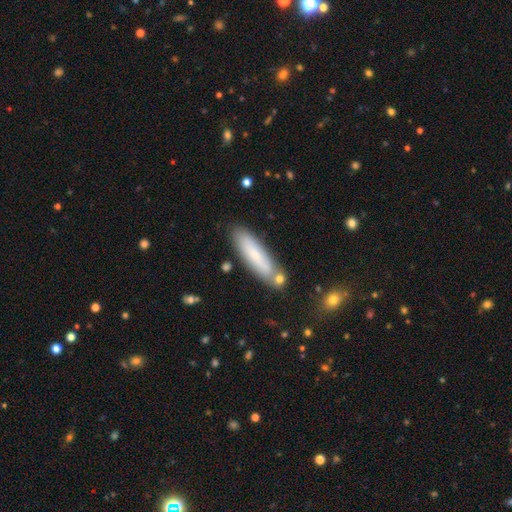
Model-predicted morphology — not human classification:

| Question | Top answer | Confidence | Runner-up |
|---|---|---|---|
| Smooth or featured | smooth | 69% | featured or disk (24%) |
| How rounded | cigar-shaped | 71% | in between (27%) |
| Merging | none | 80% | minor disturbance (12%) |